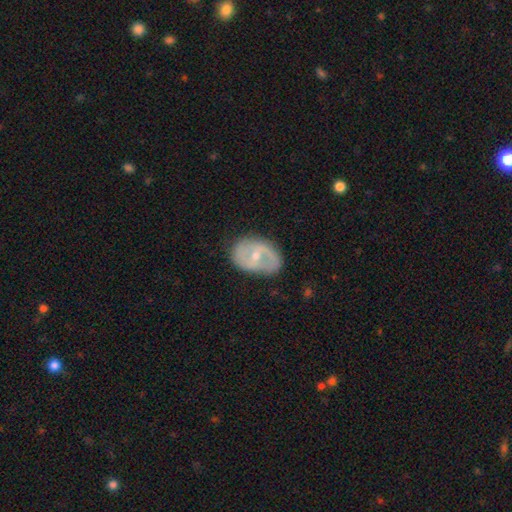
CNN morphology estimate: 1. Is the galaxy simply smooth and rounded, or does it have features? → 67% featured or disk, 26% smooth, 6% star or artifact.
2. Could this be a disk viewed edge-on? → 95% no, 5% yes.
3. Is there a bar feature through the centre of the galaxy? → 43% weak, 31% no, 26% strong.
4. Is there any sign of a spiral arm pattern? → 62% yes, 38% no.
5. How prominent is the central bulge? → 52% small, 44% moderate, 1% none, 1% large, 1% dominant.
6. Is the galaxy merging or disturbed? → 70% none, 21% minor disturbance, 8% major disturbance, 1% merger.